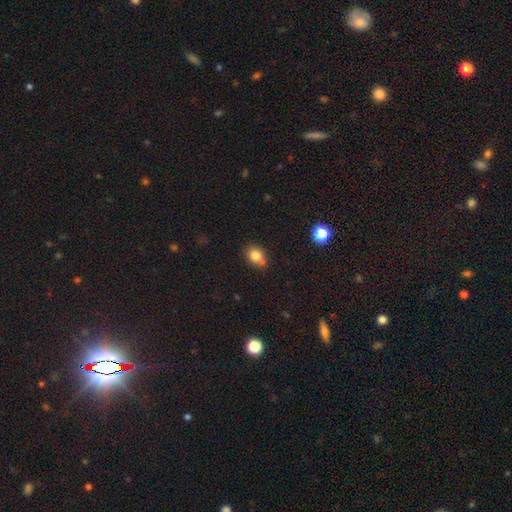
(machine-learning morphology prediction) Overall: smooth (80%). How rounded: round (54%; in between 45%). Merging: none (61%).